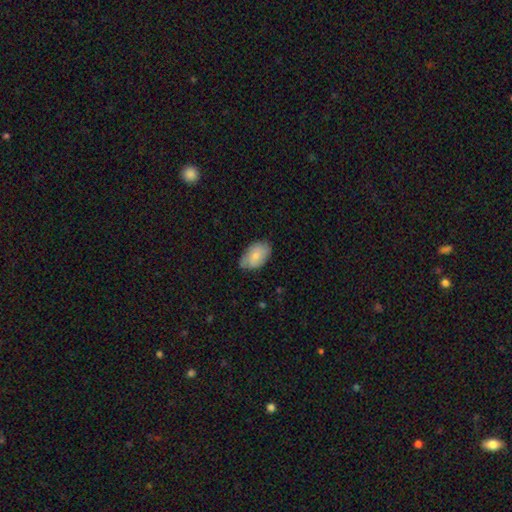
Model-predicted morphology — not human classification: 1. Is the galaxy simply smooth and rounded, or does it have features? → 77% smooth, 17% featured or disk, 6% star or artifact.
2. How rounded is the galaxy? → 92% in between, 7% round, 1% cigar-shaped.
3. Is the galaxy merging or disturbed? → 72% none, 24% minor disturbance, 4% major disturbance, 1% merger.